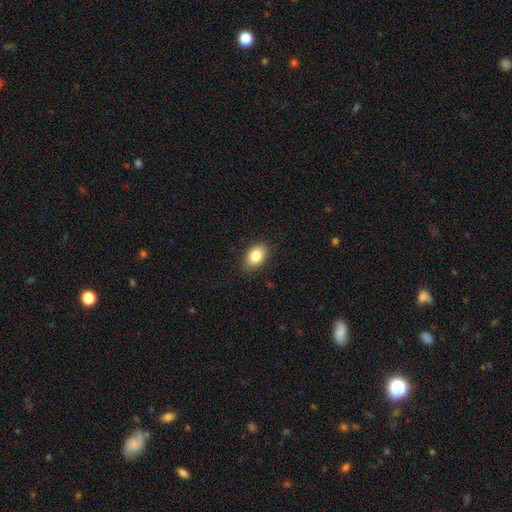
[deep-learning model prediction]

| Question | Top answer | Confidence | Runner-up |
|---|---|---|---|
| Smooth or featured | smooth | 83% | featured or disk (9%) |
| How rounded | in between | 85% | round (14%) |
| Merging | none | 86% | minor disturbance (11%) |